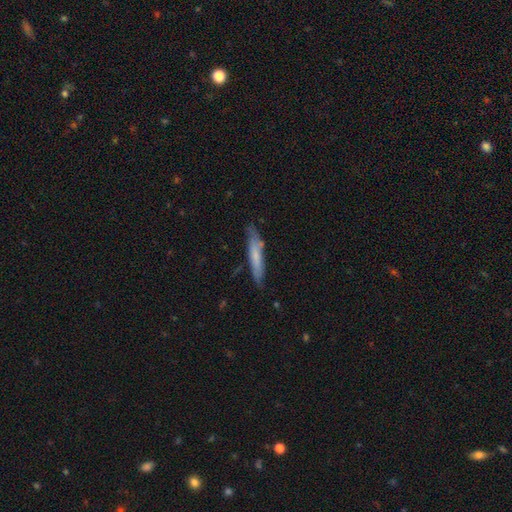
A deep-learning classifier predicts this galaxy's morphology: A smooth galaxy with no disk features (63%) that is cigar-shaped (90%). Merging: none (78%).